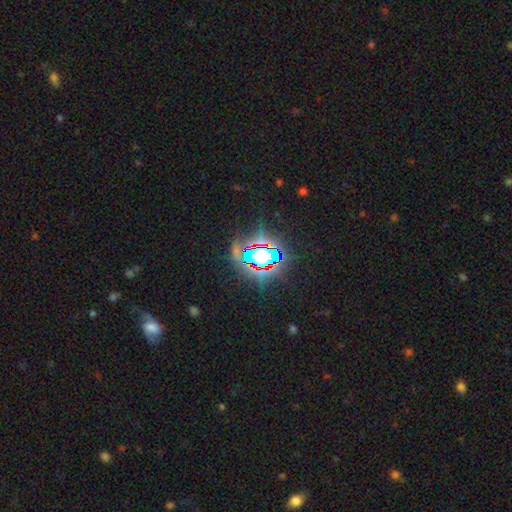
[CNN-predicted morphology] Q: Smooth or featured?
A: star or artifact (78%); runner-up: smooth (12%)